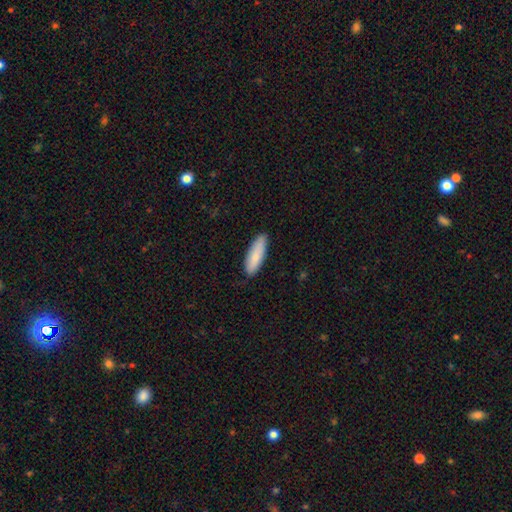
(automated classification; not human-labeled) Smooth or featured? smooth (85%)
How rounded? cigar-shaped (51%)
Merging? none (86%)